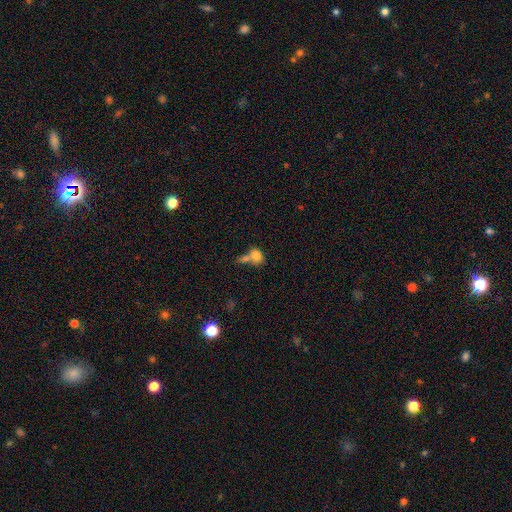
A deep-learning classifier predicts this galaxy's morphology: A smooth galaxy with no disk features (78%) that is in between round and cigar-shaped (52%).

Vote fractions:
- Smooth or featured? smooth: 78% / featured or disk: 12% / star or artifact: 10%
- How rounded? in between: 52% / round: 46% / cigar-shaped: 2%
- Merging? merger: 54% / none: 29% / minor disturbance: 10% / major disturbance: 7%